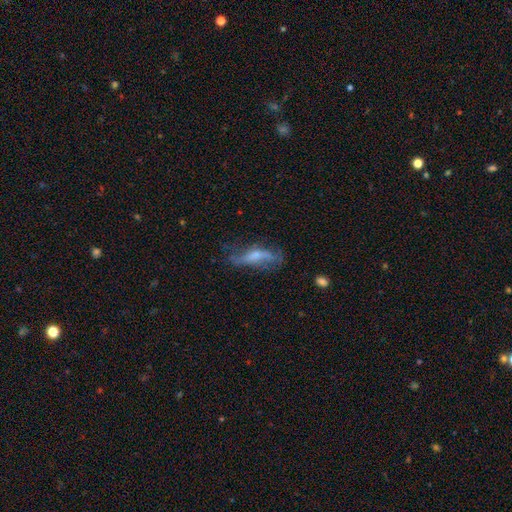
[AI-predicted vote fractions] featured or disk 50%, smooth 40%, star or artifact 9%. Down the decision tree: edge-on disk — no (63%); merging — none (46%).